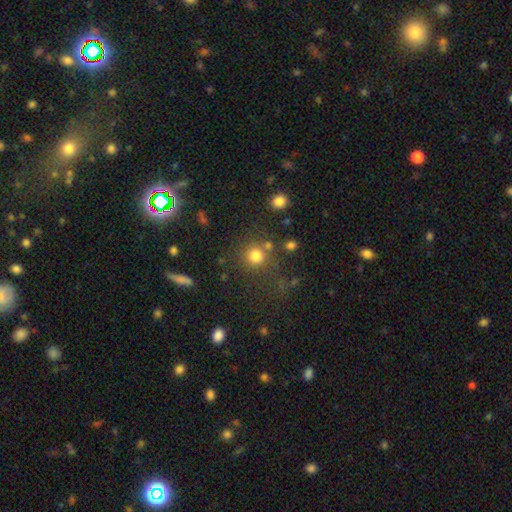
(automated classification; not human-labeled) This appears to be a smooth galaxy with no disk features (78%) that is round (92%). Merging: none (72%).